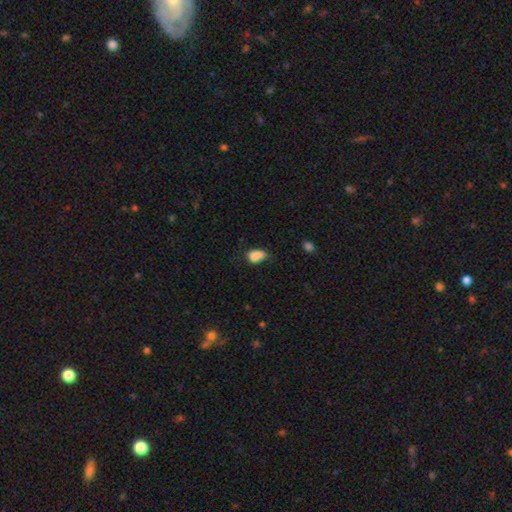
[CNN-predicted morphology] The model was most divided on "merging": none: 39%, minor disturbance: 38%, major disturbance: 14%, merger: 9%. More confident: smooth or featured — smooth (82%); how rounded — in between (81%).